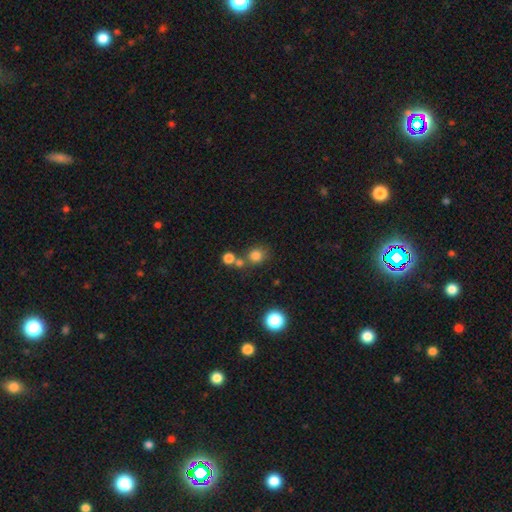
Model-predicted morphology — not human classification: smooth-or-featured: smooth: 79% | star or artifact: 15% | featured or disk: 7%
  how-rounded: round: 81% | in between: 18% | cigar-shaped: 1%
  merging: none: 62% | merger: 23% | minor disturbance: 10% | major disturbance: 5%